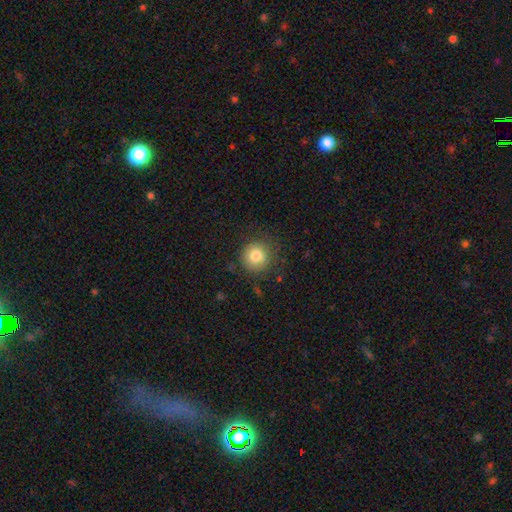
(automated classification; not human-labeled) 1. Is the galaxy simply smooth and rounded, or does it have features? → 80% smooth, 10% star or artifact, 10% featured or disk.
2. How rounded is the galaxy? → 93% round, 6% in between, 1% cigar-shaped.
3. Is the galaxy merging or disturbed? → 80% none, 14% minor disturbance, 5% major disturbance, 1% merger.